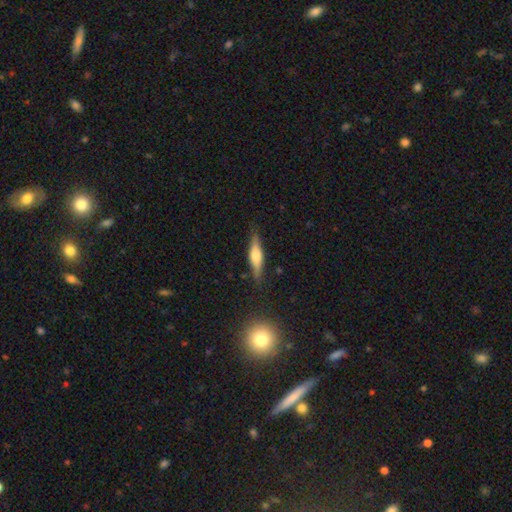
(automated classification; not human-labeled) Smooth or featured? Predicted: featured or disk (p=0.48). Merging? Predicted: none (p=0.83).